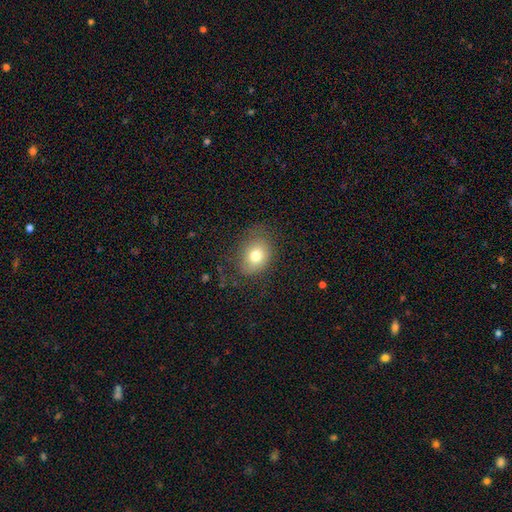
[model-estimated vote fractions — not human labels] Q: Smooth or featured?
A: smooth (76%); runner-up: featured or disk (14%)
Q: How rounded?
A: in between (66%); runner-up: round (33%)
Q: Merging?
A: none (68%); runner-up: minor disturbance (21%)